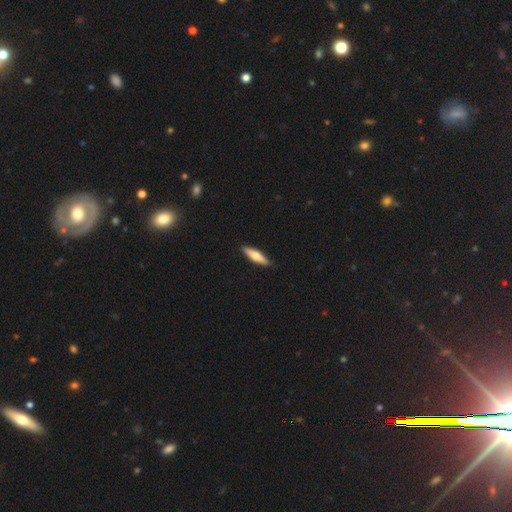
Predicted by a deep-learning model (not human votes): A smooth galaxy with no disk features (53%) that is cigar-shaped (74%). Merging: none (90%).